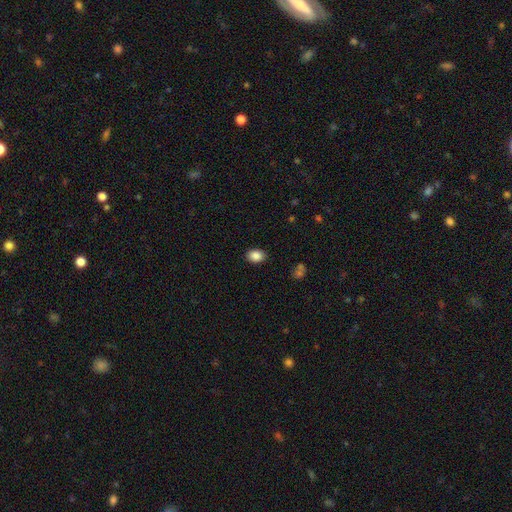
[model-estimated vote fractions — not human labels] A smooth galaxy with no disk features (87%) that is in between round and cigar-shaped (74%).

Vote fractions:
- Smooth or featured? smooth: 87% / star or artifact: 8% / featured or disk: 4%
- How rounded? in between: 74% / round: 25% / cigar-shaped: 1%
- Merging? none: 88% / minor disturbance: 8% / major disturbance: 2% / merger: 1%